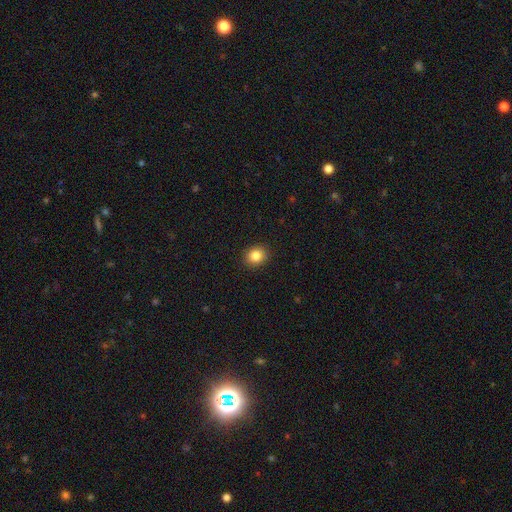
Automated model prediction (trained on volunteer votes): This appears to be a smooth galaxy with no disk features (84%) that is round (74%). Merging: none (91%).